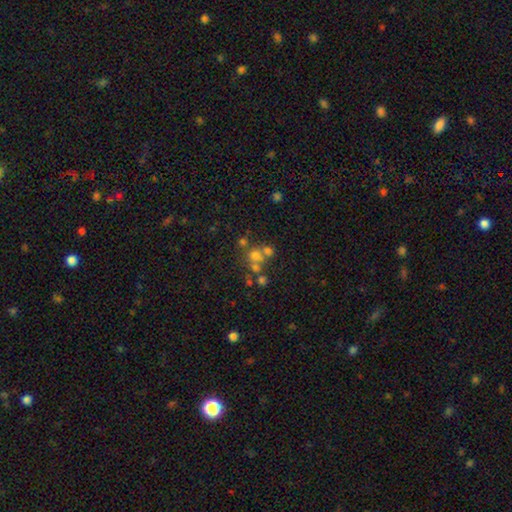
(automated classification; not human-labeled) This is possibly a smooth galaxy (57%). How rounded: likely round (79%). Merging: marginally none (44%).